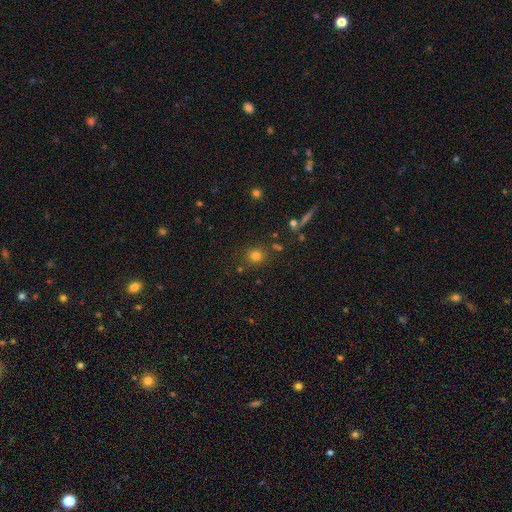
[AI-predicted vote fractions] smooth_or_featured: smooth (p=0.77) [alt: star or artifact p=0.16]
how_rounded: round (p=0.89) [alt: in between p=0.10]
merging: none (p=0.81) [alt: minor disturbance p=0.09]